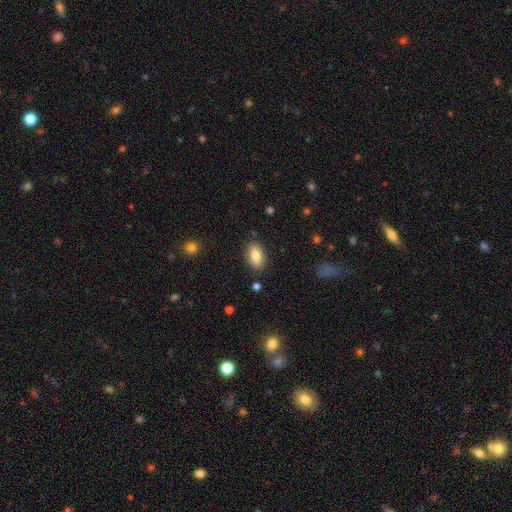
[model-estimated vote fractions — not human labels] Smooth or featured: smooth — 79% (featured or disk — 14%)
How rounded: in between — 89% (cigar-shaped — 6%)
Merging: none — 85% (minor disturbance — 10%)